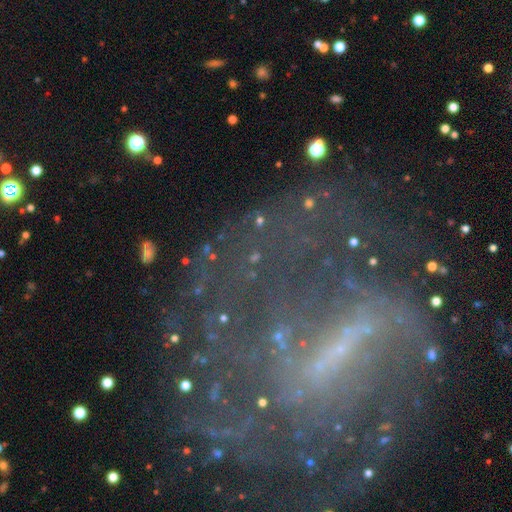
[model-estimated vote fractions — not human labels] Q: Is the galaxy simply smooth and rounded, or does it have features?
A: featured or disk — 74%.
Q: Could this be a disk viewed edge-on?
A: no — 95%.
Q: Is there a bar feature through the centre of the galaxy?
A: strong — 53%.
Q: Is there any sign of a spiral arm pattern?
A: yes — 68%.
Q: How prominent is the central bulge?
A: small — 48%.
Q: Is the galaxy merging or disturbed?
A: none — 53%.